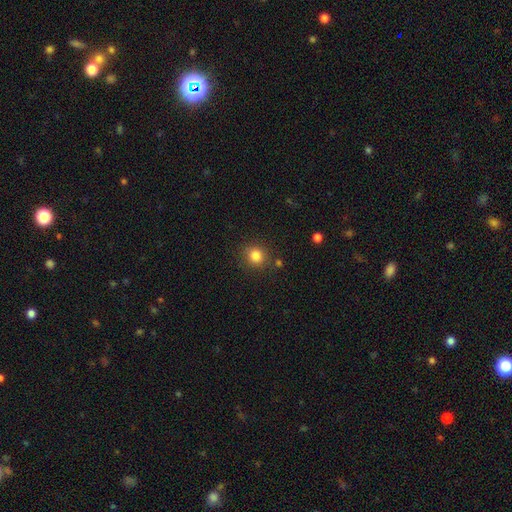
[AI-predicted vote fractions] smooth 83%, star or artifact 12%, featured or disk 5%. Down the decision tree: how rounded — round (85%); merging — none (84%).